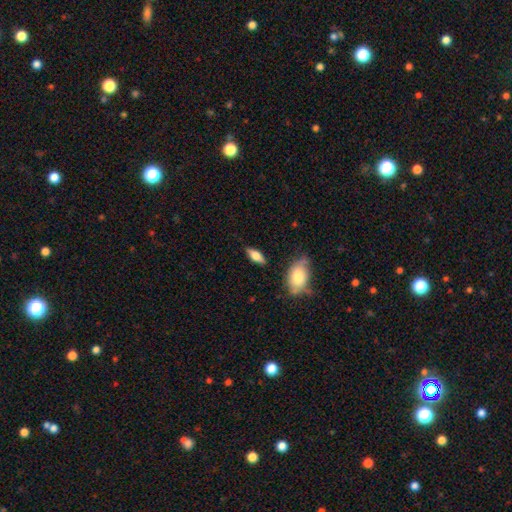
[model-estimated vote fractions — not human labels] smooth 62%, featured or disk 31%, star or artifact 7%. Down the decision tree: how rounded — in between (70%); merging — none (79%).